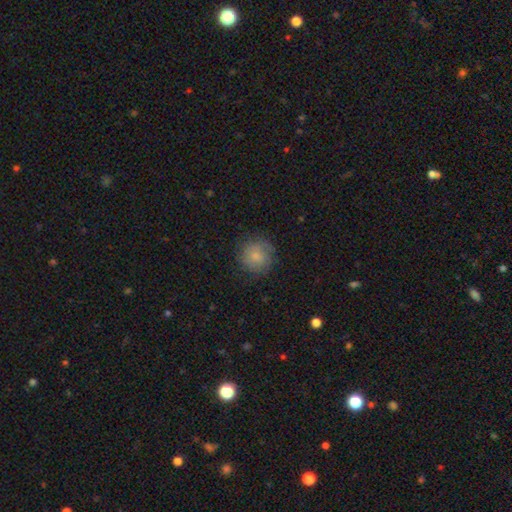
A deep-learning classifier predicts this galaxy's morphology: Q: Smooth or featured?
A: smooth (77%); runner-up: featured or disk (15%)
Q: How rounded?
A: round (92%); runner-up: in between (7%)
Q: Merging?
A: none (77%); runner-up: minor disturbance (16%)